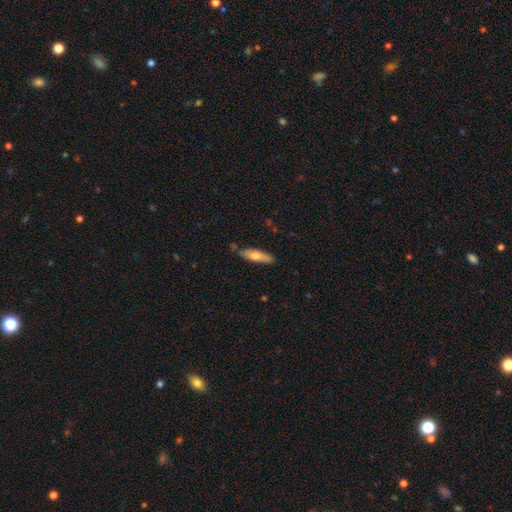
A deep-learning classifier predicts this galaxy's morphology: smooth 69%, featured or disk 25%, star or artifact 6%. Down the decision tree: how rounded — cigar-shaped (60%); merging — none (77%).